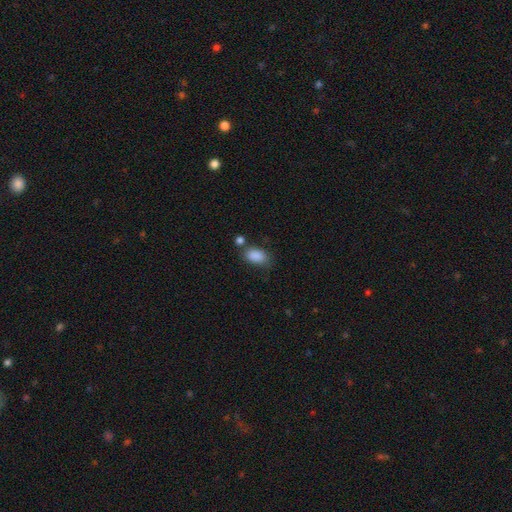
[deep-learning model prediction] Smooth or featured? smooth (88%)
How rounded? in between (90%)
Merging? none (63%)